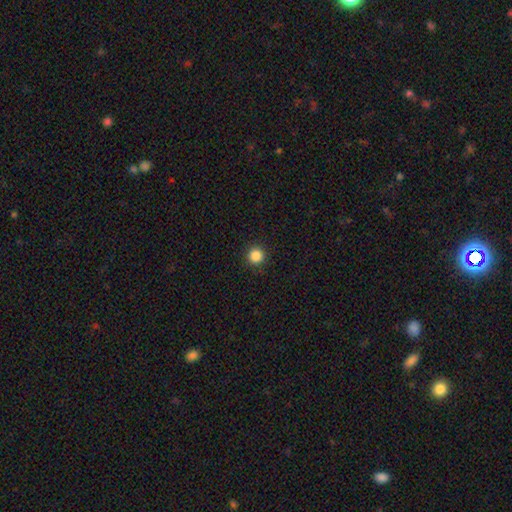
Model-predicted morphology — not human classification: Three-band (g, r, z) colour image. It shows a smooth galaxy with no disk features (86%) that is round (96%). Merging: none (92%).